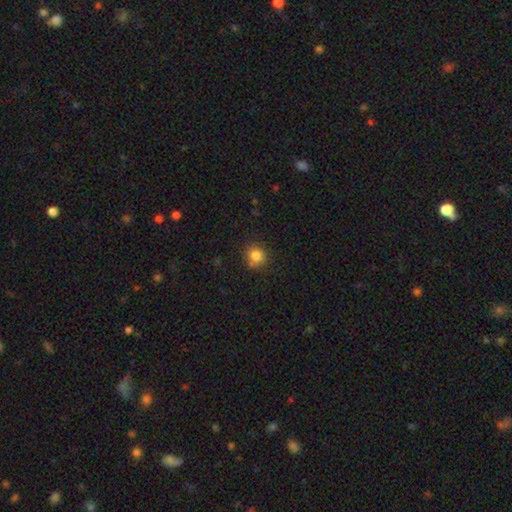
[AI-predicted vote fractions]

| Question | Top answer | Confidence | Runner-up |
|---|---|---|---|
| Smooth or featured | smooth | 83% | star or artifact (11%) |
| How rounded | round | 84% | in between (15%) |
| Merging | none | 74% | minor disturbance (13%) |